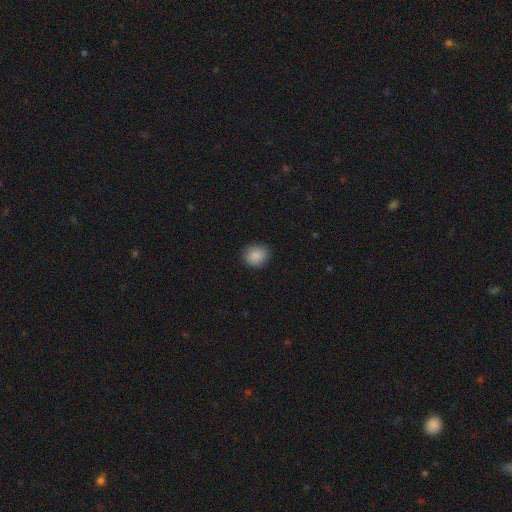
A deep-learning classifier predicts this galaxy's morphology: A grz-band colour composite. It shows a smooth galaxy with no disk features (88%) that is round (75%). Merging: none (88%).